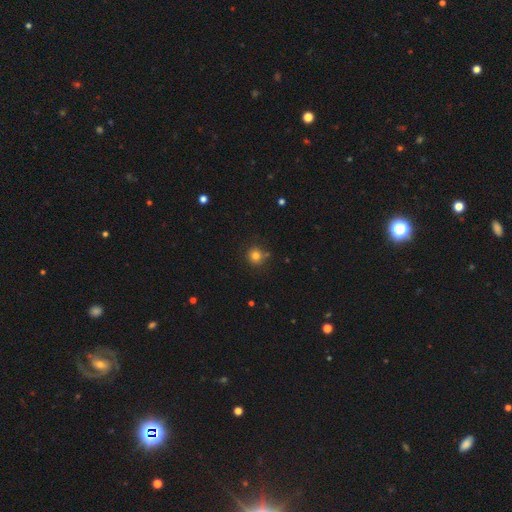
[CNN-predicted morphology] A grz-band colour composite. It shows a smooth galaxy with no disk features (79%) that is round (92%). Merging: none (82%).